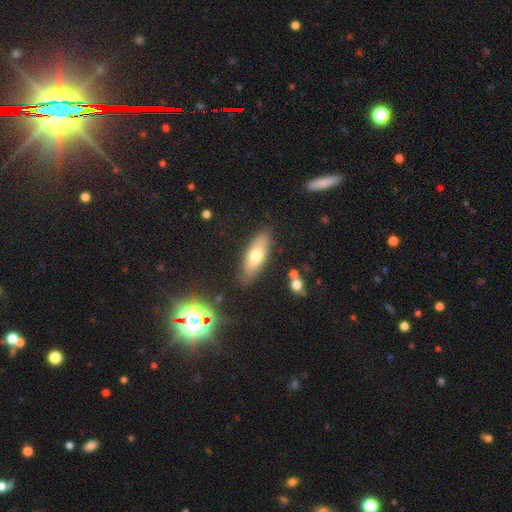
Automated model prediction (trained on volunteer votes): A smooth galaxy with no disk features (67%) that is in between round and cigar-shaped (59%).

Vote fractions:
- Smooth or featured? smooth: 67% / featured or disk: 26% / star or artifact: 7%
- How rounded? in between: 59% / cigar-shaped: 38% / round: 3%
- Merging? none: 84% / minor disturbance: 11% / major disturbance: 3% / merger: 2%